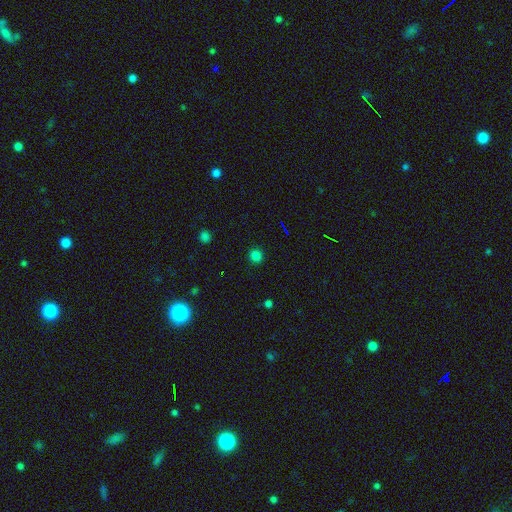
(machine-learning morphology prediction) This is likely a smooth galaxy (80%). How rounded: clearly round (93%). Merging: clearly none (92%).